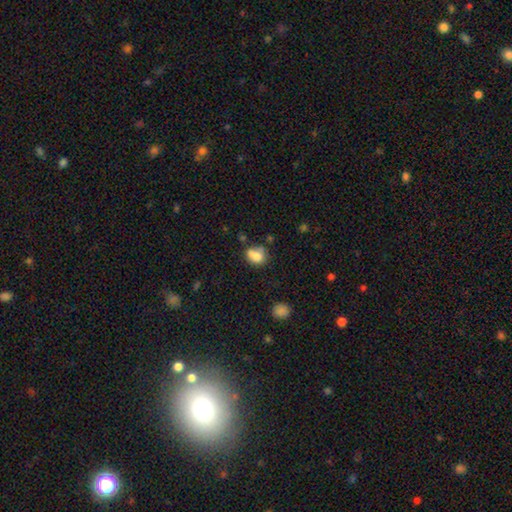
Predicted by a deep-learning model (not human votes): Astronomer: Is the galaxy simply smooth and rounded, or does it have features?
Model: smooth — 79%.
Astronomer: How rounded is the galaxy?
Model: in between — 50% (runner-up: round, 49%).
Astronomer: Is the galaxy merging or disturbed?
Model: none — 45% (runner-up: minor disturbance, 26%).